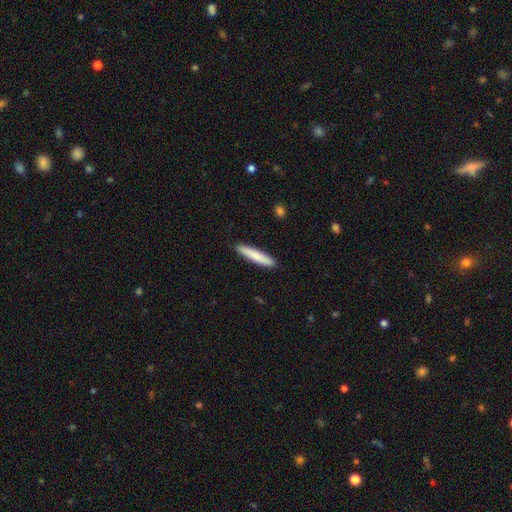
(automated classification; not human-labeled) The model was most divided on "smooth or featured": smooth: 81%, featured or disk: 14%, star or artifact: 5%. More confident: how rounded — cigar-shaped (92%); merging — none (91%).